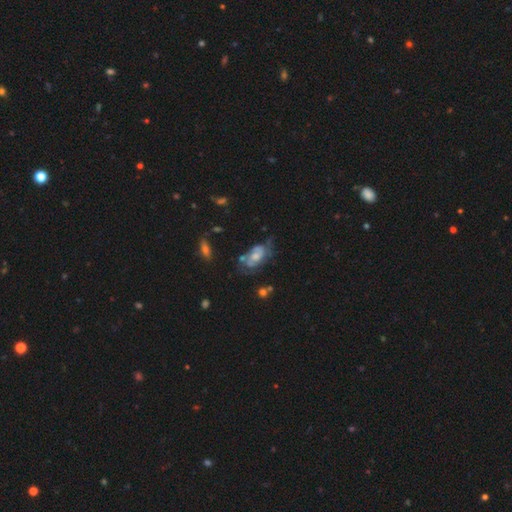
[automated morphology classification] smooth-or-featured: featured or disk: 64% | smooth: 28% | star or artifact: 9%
  disk-edge-on: no: 94% | yes: 6%
    bar: no: 72% | weak: 23% | strong: 5%
    has-spiral-arms: yes: 70% | no: 30%
    bulge-size: moderate: 52% | small: 30% | large: 10% | none: 6% | dominant: 2%
  merging: none: 40% | minor disturbance: 28% | major disturbance: 22% | merger: 10%